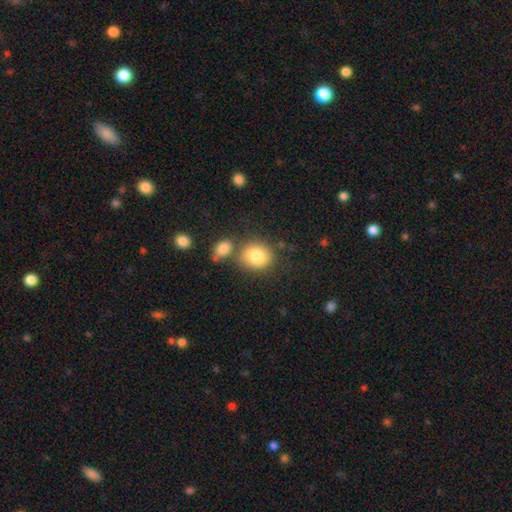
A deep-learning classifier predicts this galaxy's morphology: Smooth or featured? Predicted: smooth (p=0.82). How rounded? Predicted: round (p=0.72). Merging? Predicted: none (p=0.63).